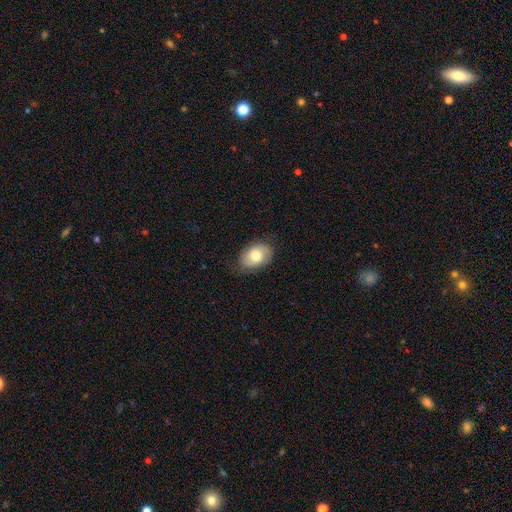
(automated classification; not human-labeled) This is likely a smooth galaxy (73%). How rounded: clearly in between (82%). Merging: likely none (78%).